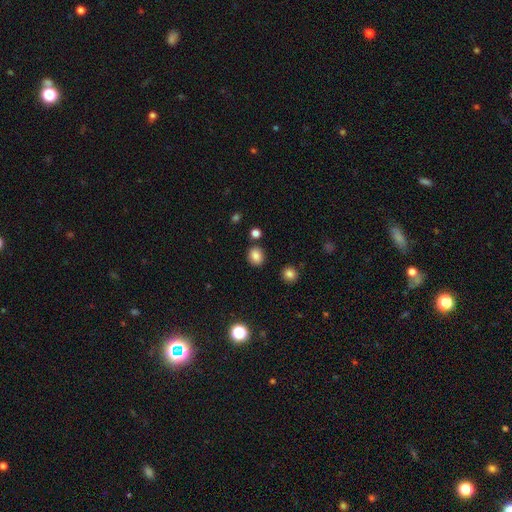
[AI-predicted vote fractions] Smooth or featured? smooth (84%)
How rounded? round (60%)
Merging? none (84%)